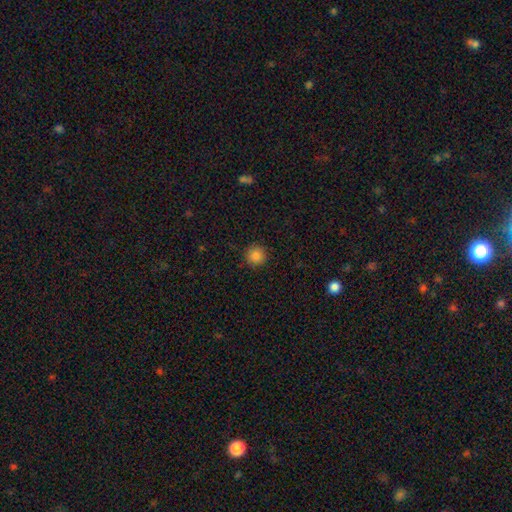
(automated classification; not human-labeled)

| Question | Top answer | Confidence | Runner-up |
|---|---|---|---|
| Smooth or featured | smooth | 85% | star or artifact (11%) |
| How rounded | round | 94% | in between (5%) |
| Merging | none | 90% | minor disturbance (6%) |